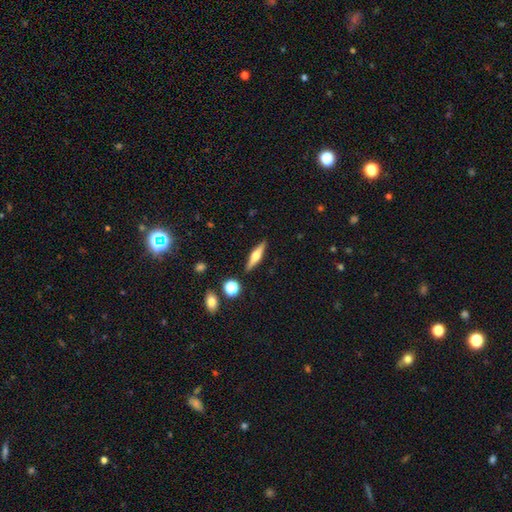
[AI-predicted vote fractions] smooth_or_featured: featured or disk (p=0.56) [alt: smooth p=0.36]
disk_edge_on: yes (p=0.96) [alt: no p=0.04]
edge_on_bulge: rounded (p=0.88) [alt: boxy p=0.08]
merging: none (p=0.88) [alt: minor disturbance p=0.08]